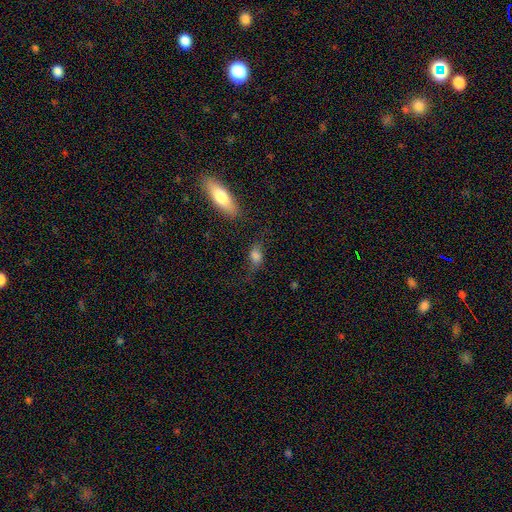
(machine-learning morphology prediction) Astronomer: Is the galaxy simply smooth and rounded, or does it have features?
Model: smooth — 70%.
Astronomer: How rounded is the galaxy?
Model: in between — 78%.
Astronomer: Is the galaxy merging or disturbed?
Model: none — 56%.